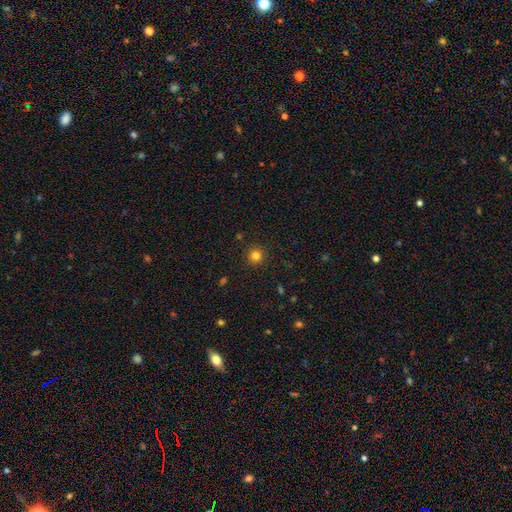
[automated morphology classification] The model was most divided on "smooth or featured": smooth: 81%, star or artifact: 14%, featured or disk: 5%. More confident: how rounded — round (95%); merging — none (91%).